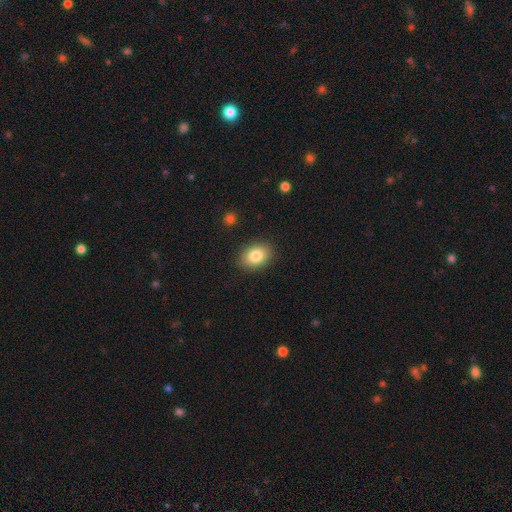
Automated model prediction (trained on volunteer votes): Smooth or featured?
  - smooth: 82% *
  - featured or disk: 10%
  - star or artifact: 9%
How rounded?
  - in between: 74% *
  - round: 24%
  - cigar-shaped: 1%
Merging?
  - none: 88% *
  - minor disturbance: 9%
  - major disturbance: 2%
  - merger: 1%